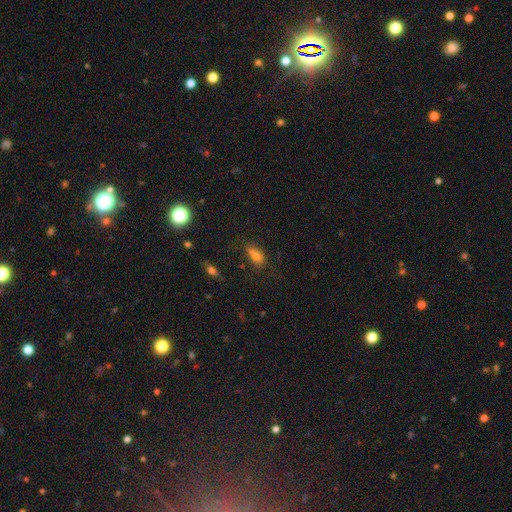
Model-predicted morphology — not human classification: Overall: smooth (69%). How rounded: in between (80%). Merging: none (52%; minor disturbance 25%).